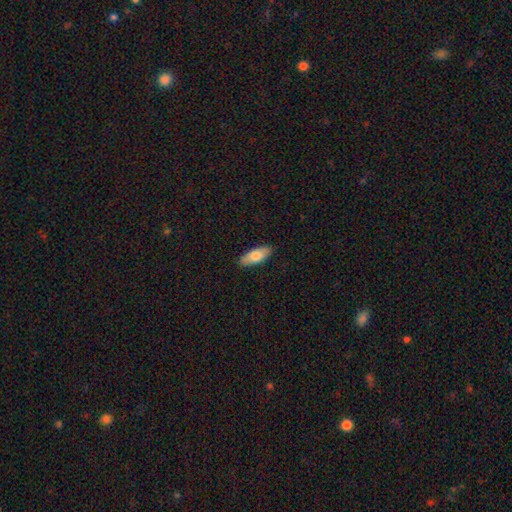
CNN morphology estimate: smooth_or_featured: smooth (p=0.75) [alt: featured or disk p=0.20]
how_rounded: in between (p=0.79) [alt: cigar-shaped p=0.19]
merging: none (p=0.89) [alt: minor disturbance p=0.08]